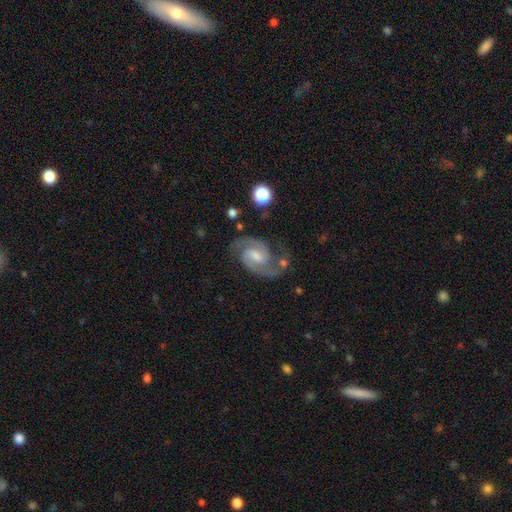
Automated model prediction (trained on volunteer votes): A featured or disk galaxy (89%) with a weak bar (56%), 2 (93%) medium (58%) spiral arms (98%) and a moderate central bulge (46%).

Vote fractions:
- Smooth or featured? featured or disk: 89% / star or artifact: 5% / smooth: 5%
- Edge-on disk? no: 98% / yes: 2%
- Bar? weak: 56% / no: 27% / strong: 17%
- Spiral arms? yes: 98% / no: 2%
- Spiral winding? medium: 58% / tight: 30% / loose: 11%
- Spiral arm count? 2: 93% / can't tell: 2% / 3: 2% / 1: 1% / 4: 1% / more than 4: 1%
- Bulge size? moderate: 46% / small: 39% / none: 9% / large: 5% / dominant: 1%
- Merging? none: 75% / minor disturbance: 15% / major disturbance: 6% / merger: 4%